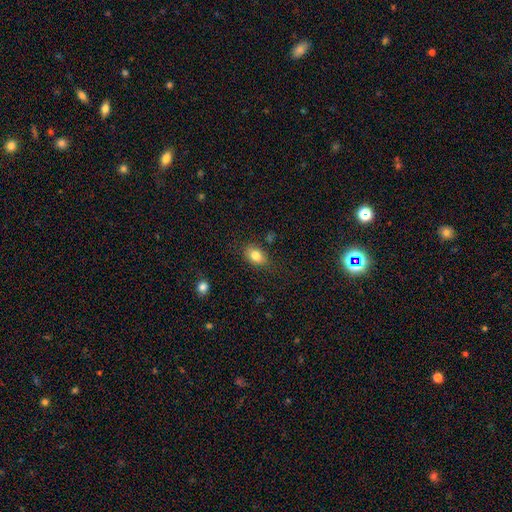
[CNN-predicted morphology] Overall: smooth (82%). How rounded: in between (80%). Merging: none (80%).